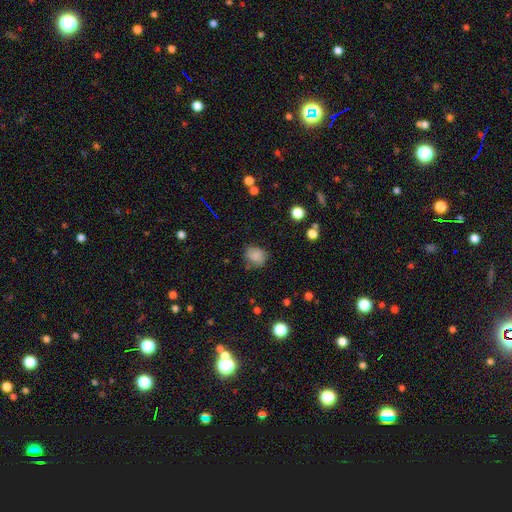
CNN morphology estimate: smooth-or-featured: smooth: 81% | star or artifact: 10% | featured or disk: 9%
  how-rounded: round: 66% | in between: 33% | cigar-shaped: 1%
  merging: none: 71% | minor disturbance: 21% | major disturbance: 6% | merger: 2%